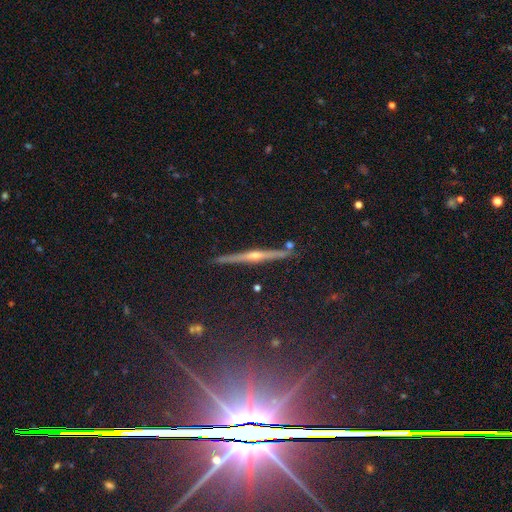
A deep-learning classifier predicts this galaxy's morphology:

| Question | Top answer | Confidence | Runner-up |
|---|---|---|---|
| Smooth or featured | featured or disk | 78% | star or artifact (11%) |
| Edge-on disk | yes | 97% | no (3%) |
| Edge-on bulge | rounded | 88% | none (7%) |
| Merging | none | 89% | minor disturbance (8%) |